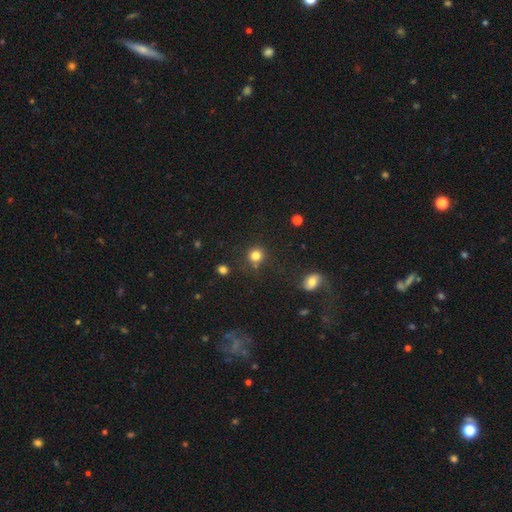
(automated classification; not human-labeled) smooth-or-featured: smooth: 81% | star or artifact: 14% | featured or disk: 6%
  how-rounded: round: 90% | in between: 9% | cigar-shaped: 1%
  merging: none: 77% | minor disturbance: 11% | merger: 7% | major disturbance: 4%